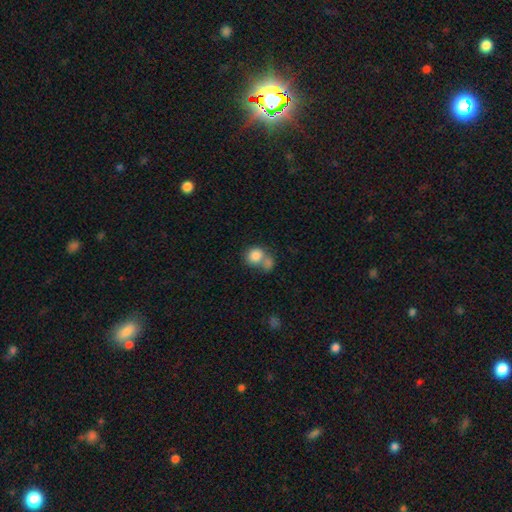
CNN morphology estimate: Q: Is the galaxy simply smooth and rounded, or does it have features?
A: smooth — 83%.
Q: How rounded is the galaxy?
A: round — 72%.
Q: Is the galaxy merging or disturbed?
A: merger — 52%.